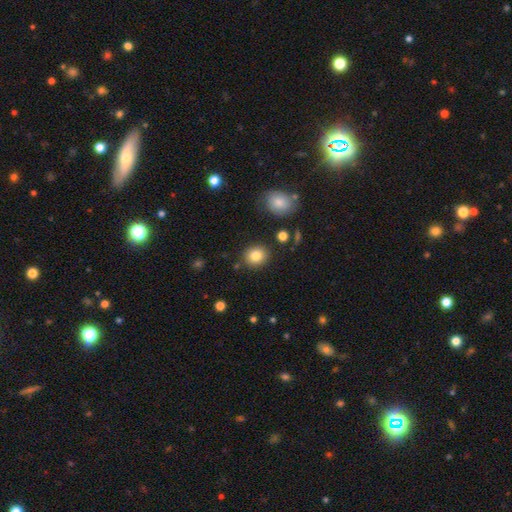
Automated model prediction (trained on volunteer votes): Q: Smooth or featured?
A: smooth (83%); runner-up: star or artifact (10%)
Q: How rounded?
A: round (78%); runner-up: in between (21%)
Q: Merging?
A: none (86%); runner-up: minor disturbance (8%)